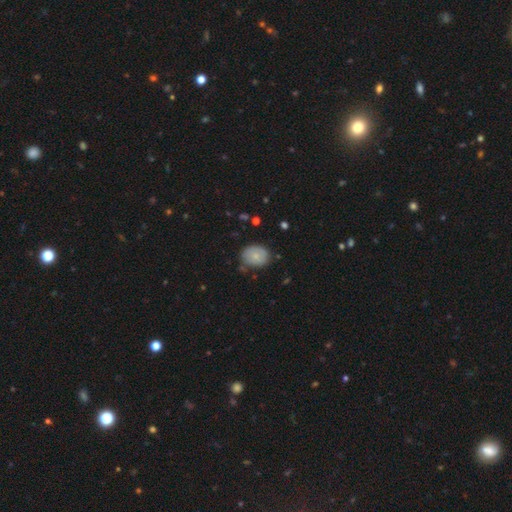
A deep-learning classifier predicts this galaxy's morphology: smooth 75%, featured or disk 17%, star or artifact 8%. Down the decision tree: how rounded — in between (54%); merging — none (71%).